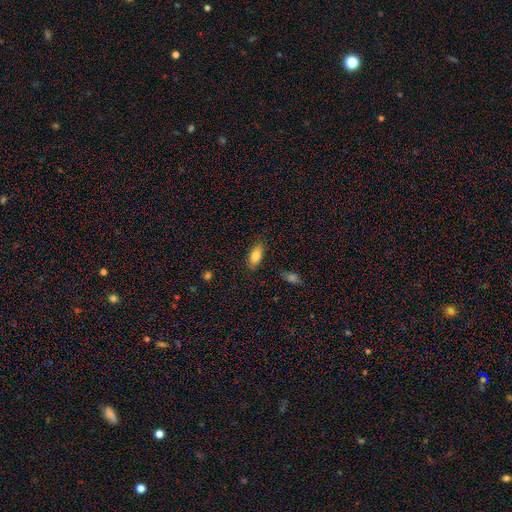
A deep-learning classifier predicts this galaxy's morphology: type=smooth (81%); roundness=in between (82%); merging=none (84%).